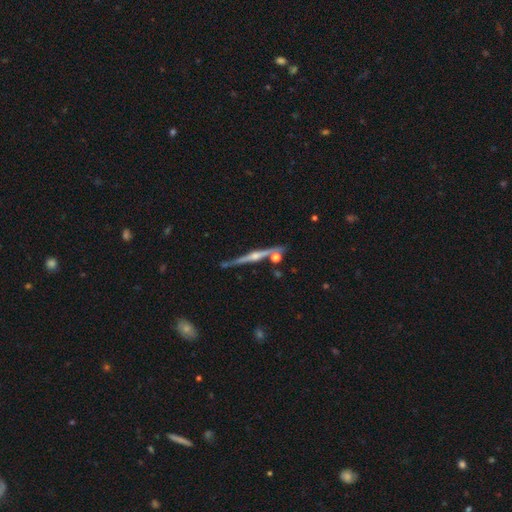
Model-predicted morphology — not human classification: featured or disk 76%, smooth 14%, star or artifact 9%. Down the decision tree: edge-on disk — yes (96%); edge-on bulge — rounded (81%); merging — none (74%).